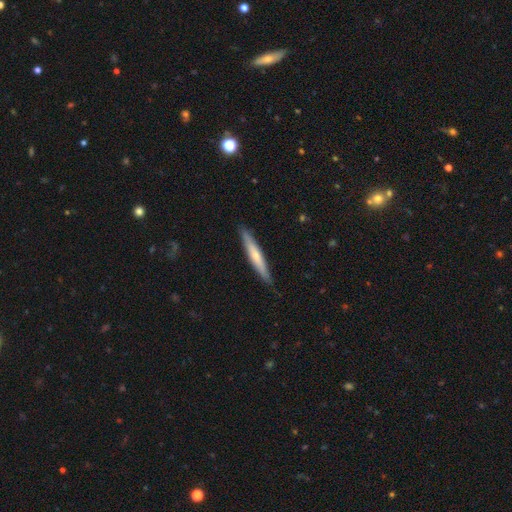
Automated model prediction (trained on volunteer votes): smooth 51%, featured or disk 44%, star or artifact 5%. Down the decision tree: how rounded — cigar-shaped (94%); merging — none (88%).